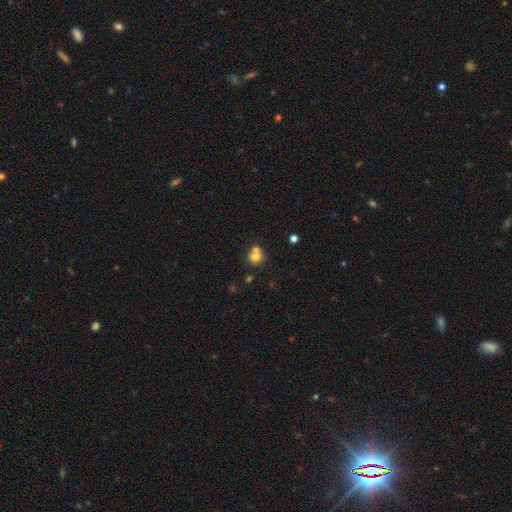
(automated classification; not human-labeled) A smooth galaxy with no disk features (75%) that is round (80%). Merging: merger (47%).